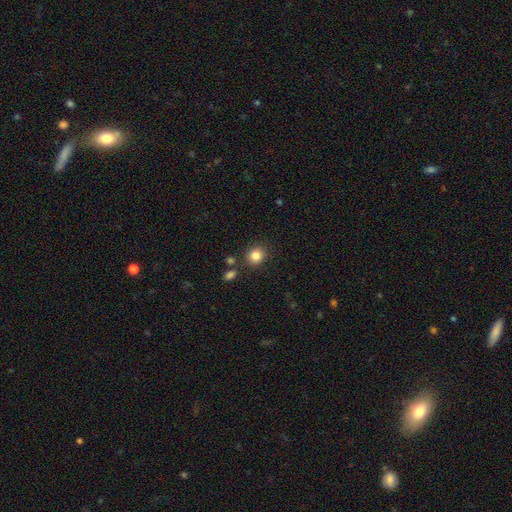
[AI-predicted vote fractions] Smooth or featured? smooth (85%)
How rounded? round (82%)
Merging? none (84%)